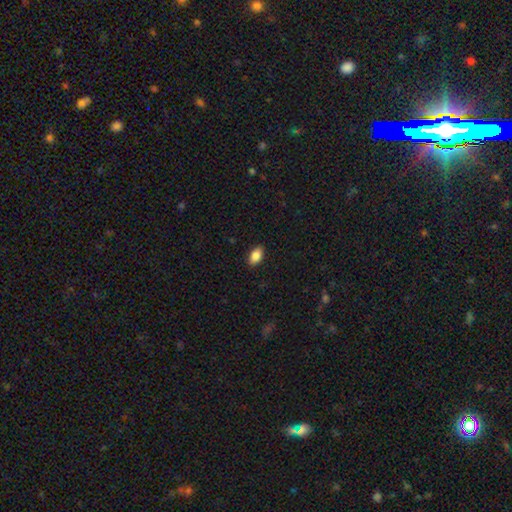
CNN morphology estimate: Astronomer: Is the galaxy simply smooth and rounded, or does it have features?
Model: smooth — 87%.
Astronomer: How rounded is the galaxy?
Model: in between — 92%.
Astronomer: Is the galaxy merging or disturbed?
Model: none — 89%.